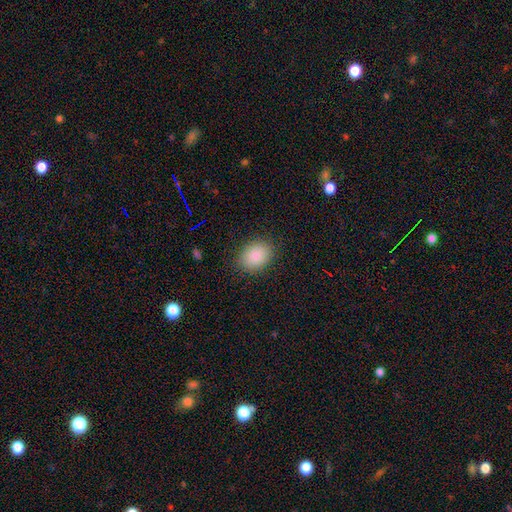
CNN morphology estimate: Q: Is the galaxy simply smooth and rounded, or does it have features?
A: smooth — 87%.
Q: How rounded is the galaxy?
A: in between — 70%.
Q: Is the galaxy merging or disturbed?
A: none — 86%.